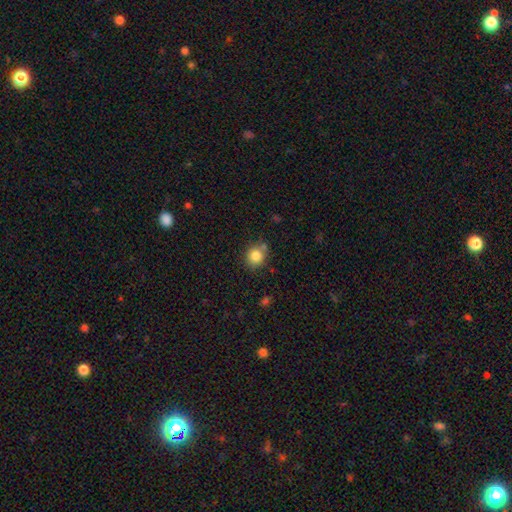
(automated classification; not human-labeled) Q: Smooth or featured?
A: smooth (84%); runner-up: star or artifact (10%)
Q: How rounded?
A: round (82%); runner-up: in between (17%)
Q: Merging?
A: none (73%); runner-up: minor disturbance (14%)